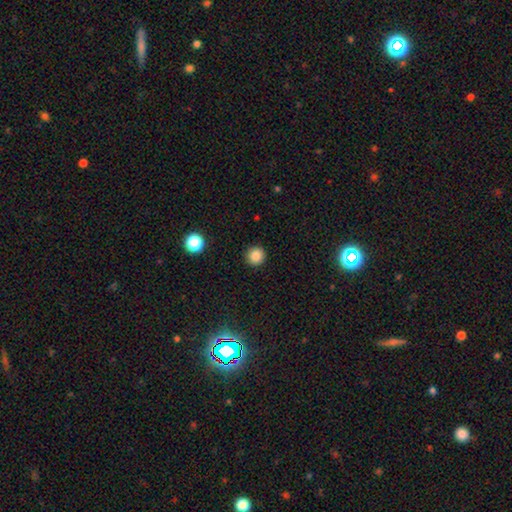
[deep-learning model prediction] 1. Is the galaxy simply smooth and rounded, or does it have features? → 85% smooth, 12% star or artifact, 3% featured or disk.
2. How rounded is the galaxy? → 95% round, 4% in between, 1% cigar-shaped.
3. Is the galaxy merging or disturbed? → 92% none, 5% minor disturbance, 2% major disturbance, 1% merger.